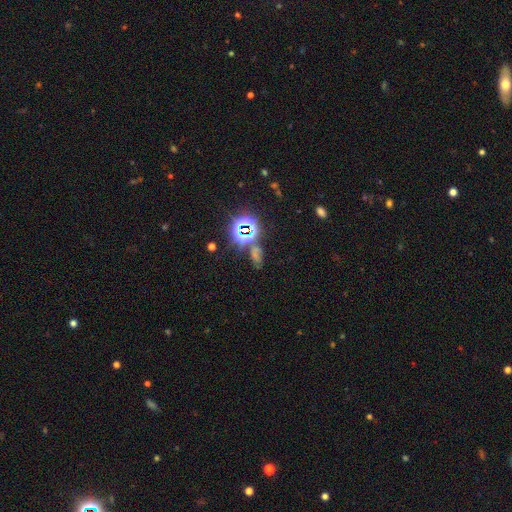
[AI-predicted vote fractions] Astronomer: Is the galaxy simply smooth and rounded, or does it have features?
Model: star or artifact — 68%.